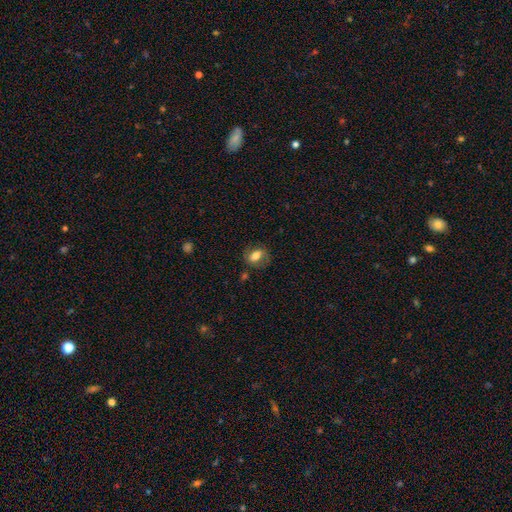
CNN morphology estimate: smooth-or-featured: smooth: 71% | featured or disk: 21% | star or artifact: 9%
  how-rounded: in between: 79% | round: 18% | cigar-shaped: 3%
  merging: none: 69% | minor disturbance: 19% | major disturbance: 9% | merger: 3%